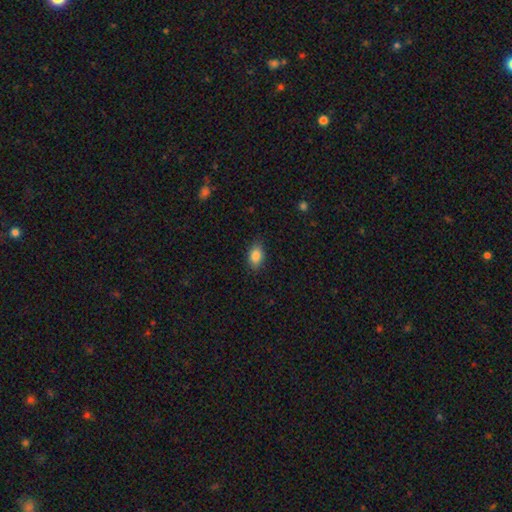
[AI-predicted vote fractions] smooth 87%, star or artifact 8%, featured or disk 5%. Down the decision tree: how rounded — in between (86%); merging — none (84%).